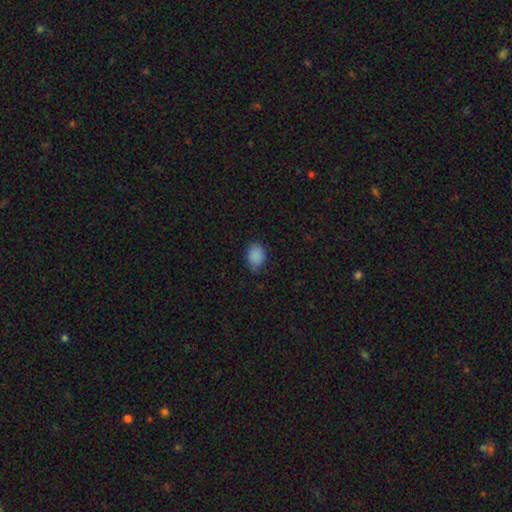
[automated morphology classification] This is clearly a smooth galaxy (88%). How rounded: likely in between (62%). Merging: likely none (74%).